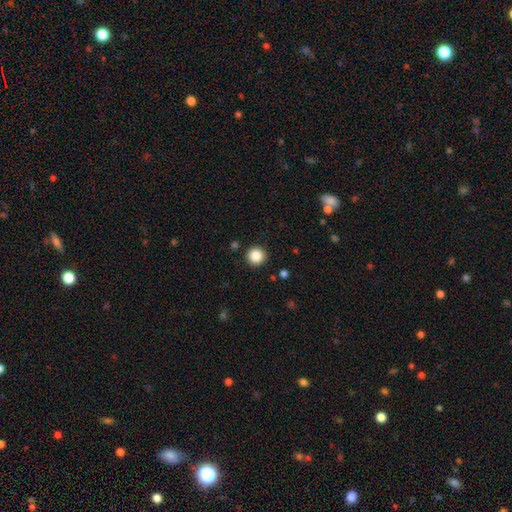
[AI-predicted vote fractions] Smooth or featured: smooth — 86% (star or artifact — 10%)
How rounded: round — 95% (in between — 4%)
Merging: none — 92% (minor disturbance — 5%)